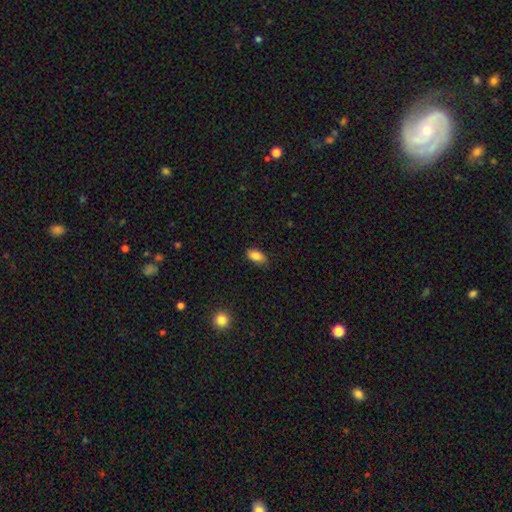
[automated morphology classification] Smooth or featured?
  - smooth: 86% *
  - star or artifact: 8%
  - featured or disk: 6%
How rounded?
  - in between: 91% *
  - cigar-shaped: 5%
  - round: 4%
Merging?
  - none: 81% *
  - minor disturbance: 15%
  - major disturbance: 3%
  - merger: 1%